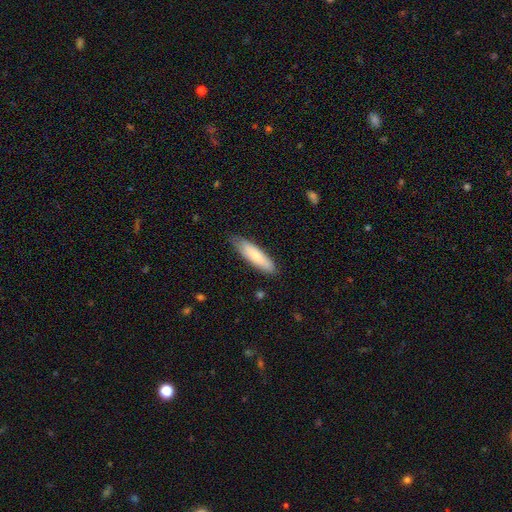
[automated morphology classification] The model was most divided on "how rounded": cigar-shaped: 67%, in between: 31%, round: 1%. More confident: merging — none (78%); smooth or featured — smooth (78%).